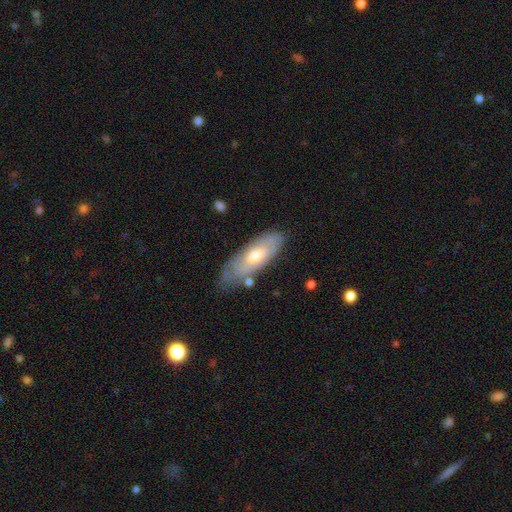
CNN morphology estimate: Q: Smooth or featured?
A: featured or disk (57%); runner-up: smooth (37%)
Q: Edge-on disk?
A: no (78%); runner-up: yes (22%)
Q: Merging?
A: none (69%); runner-up: minor disturbance (22%)